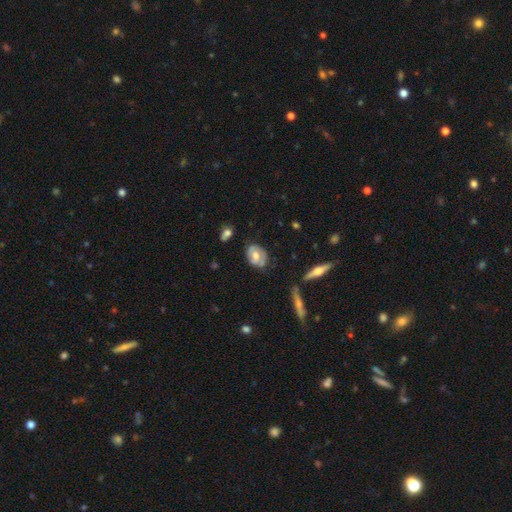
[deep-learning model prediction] Smooth or featured? featured or disk (50%)
Merging? none (68%)